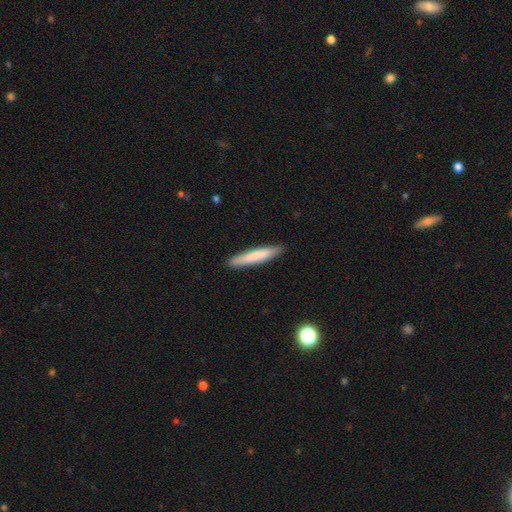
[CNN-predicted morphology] The model was most divided on "smooth or featured": smooth: 78%, featured or disk: 17%, star or artifact: 6%. More confident: how rounded — cigar-shaped (93%); merging — none (90%).